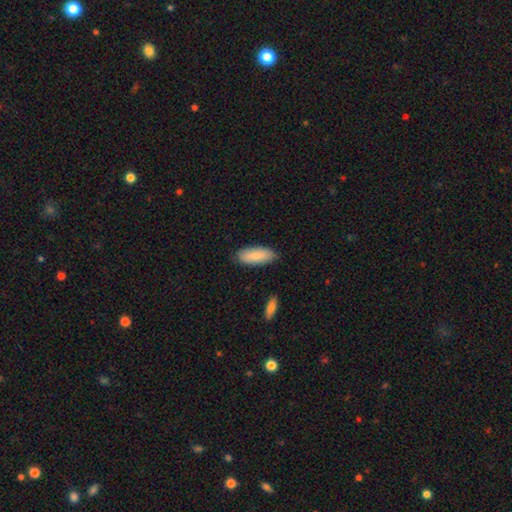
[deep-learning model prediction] Morphology: type=smooth (85%); roundness=in between (79%); merging=none (84%).